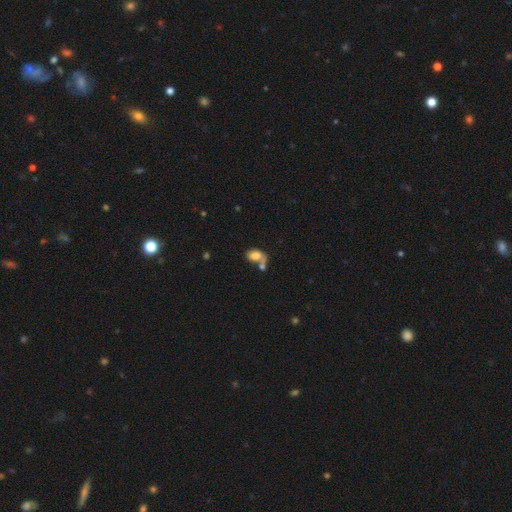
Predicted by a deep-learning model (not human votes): smooth-or-featured: smooth: 70% | featured or disk: 21% | star or artifact: 9%
  how-rounded: in between: 84% | round: 15% | cigar-shaped: 2%
  merging: merger: 48% | none: 29% | minor disturbance: 14% | major disturbance: 9%